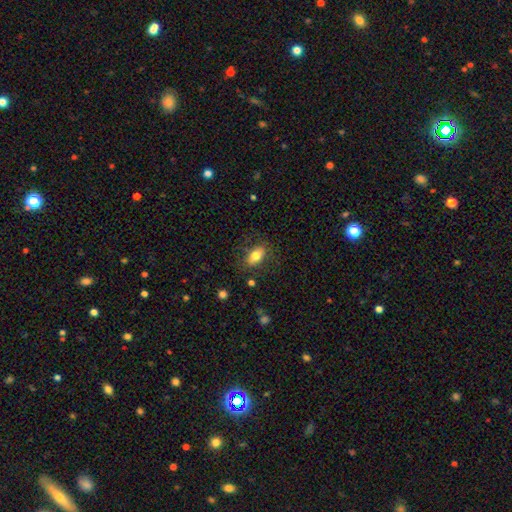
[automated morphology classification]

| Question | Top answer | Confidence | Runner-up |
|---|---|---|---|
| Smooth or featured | smooth | 77% | featured or disk (15%) |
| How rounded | in between | 85% | cigar-shaped (8%) |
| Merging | none | 79% | minor disturbance (15%) |